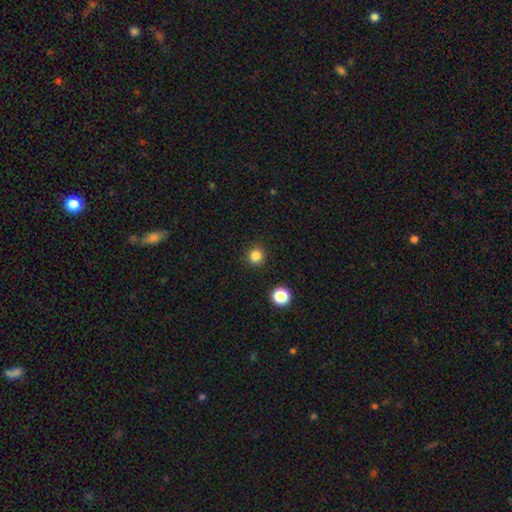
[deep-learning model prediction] This appears to be a smooth galaxy with no disk features (84%) that is round (93%). Merging: none (91%).